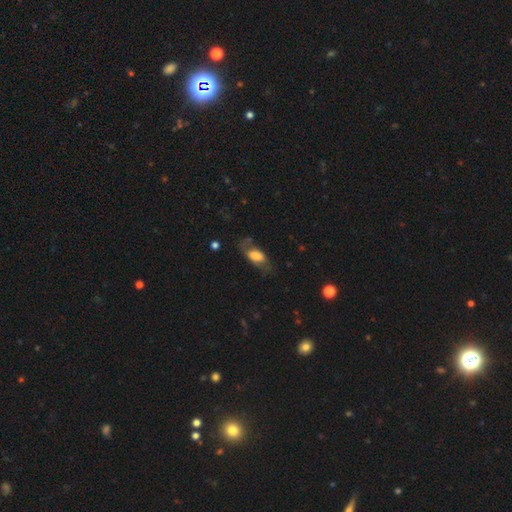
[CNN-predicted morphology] Overall: smooth (61%; featured or disk 32%). How rounded: in between (86%). Merging: none (52%; minor disturbance 24%).